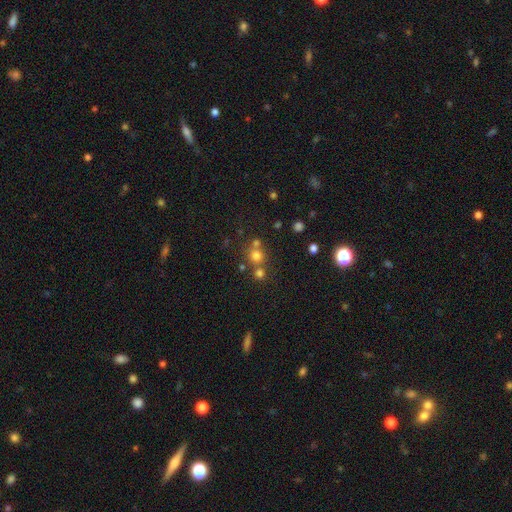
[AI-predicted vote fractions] Smooth or featured?
  - smooth: 70% *
  - star or artifact: 20%
  - featured or disk: 10%
How rounded?
  - round: 89% *
  - in between: 10%
  - cigar-shaped: 1%
Merging?
  - none: 58% *
  - merger: 30%
  - minor disturbance: 8%
  - major disturbance: 3%